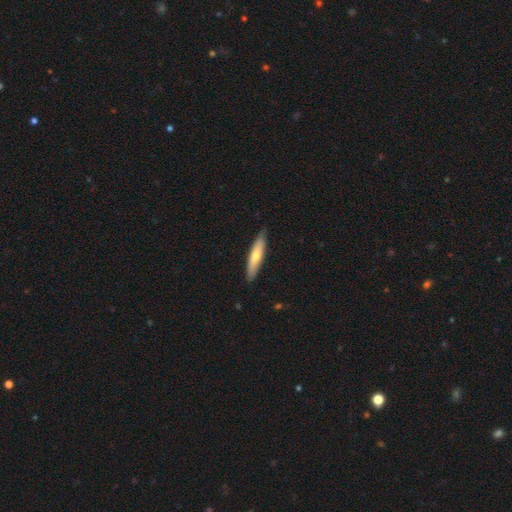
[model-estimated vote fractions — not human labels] Q: Smooth or featured?
A: smooth (60%); runner-up: featured or disk (35%)
Q: How rounded?
A: cigar-shaped (82%); runner-up: in between (16%)
Q: Merging?
A: none (85%); runner-up: minor disturbance (12%)